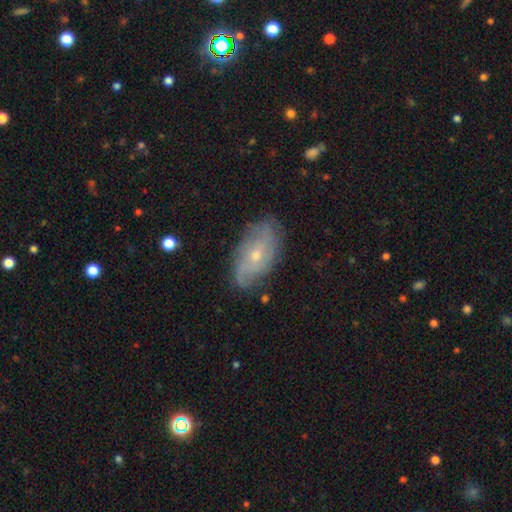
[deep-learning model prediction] This is likely a featured or disk galaxy (70%). It is clearly not viewed edge-on (93%). Bar: likely no (68%). Spiral arm pattern: clearly yes (87%). Spiral arm count: marginally can't tell (37%). Spiral winding: marginally tight (38%). Central bulge: likely small (62%). Merging: likely none (76%).